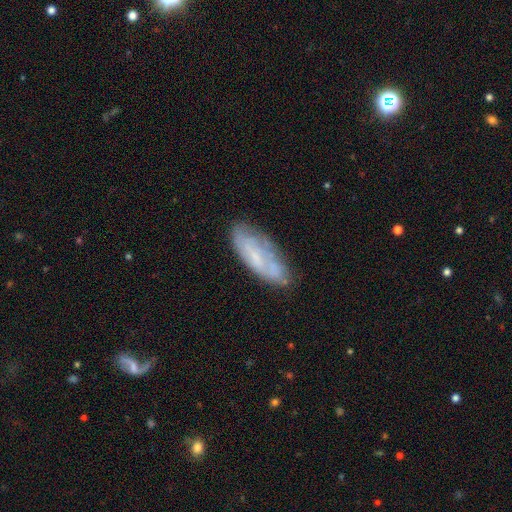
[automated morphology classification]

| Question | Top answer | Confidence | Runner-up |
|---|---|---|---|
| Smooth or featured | featured or disk | 47% | smooth (44%) |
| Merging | none | 66% | minor disturbance (23%) |